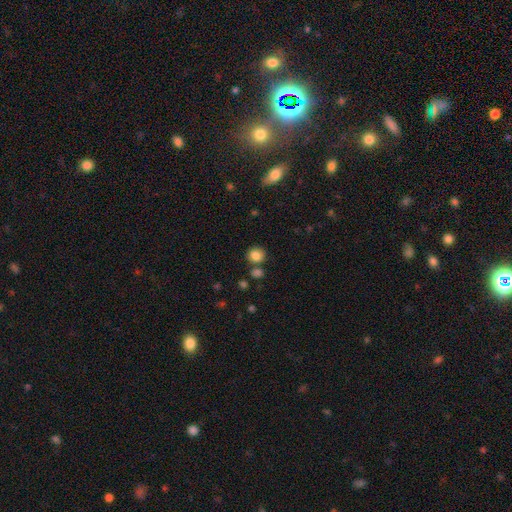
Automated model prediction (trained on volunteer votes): Q: Smooth or featured?
A: smooth (84%); runner-up: star or artifact (10%)
Q: How rounded?
A: round (84%); runner-up: in between (15%)
Q: Merging?
A: none (75%); runner-up: merger (11%)